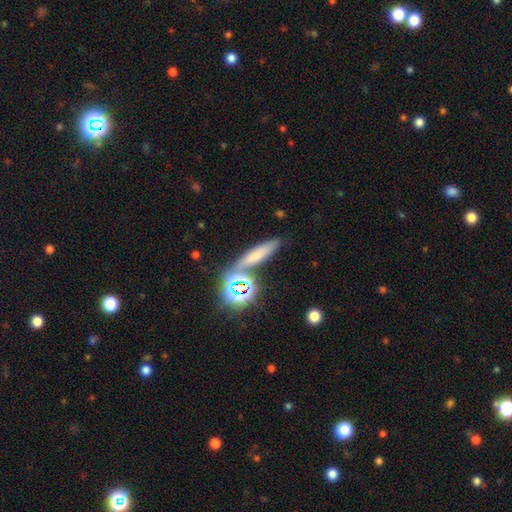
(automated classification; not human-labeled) Q: Smooth or featured?
A: smooth (60%); runner-up: star or artifact (24%)
Q: How rounded?
A: cigar-shaped (65%); runner-up: in between (22%)
Q: Merging?
A: none (69%); runner-up: merger (14%)